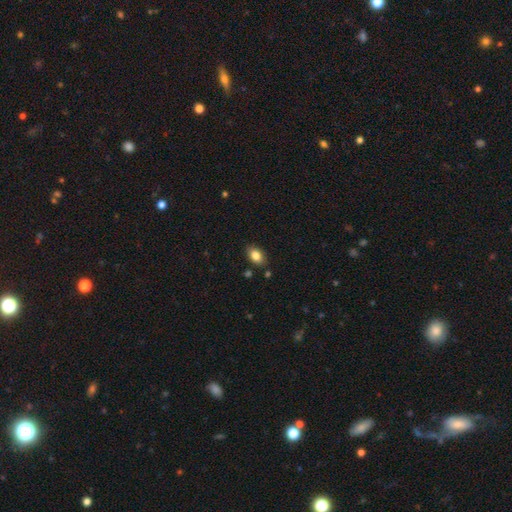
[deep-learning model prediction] Smooth or featured: smooth — 83% (featured or disk — 8%)
How rounded: in between — 87% (round — 11%)
Merging: none — 84% (minor disturbance — 11%)